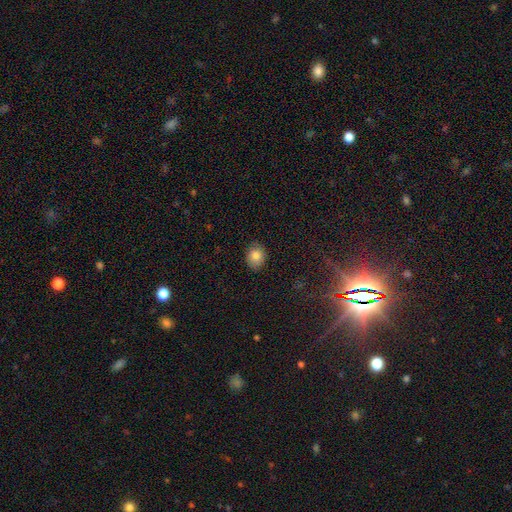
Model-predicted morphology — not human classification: smooth-or-featured: smooth: 83% | star or artifact: 9% | featured or disk: 8%
  how-rounded: round: 53% | in between: 46% | cigar-shaped: 1%
  merging: none: 86% | minor disturbance: 10% | major disturbance: 2% | merger: 1%